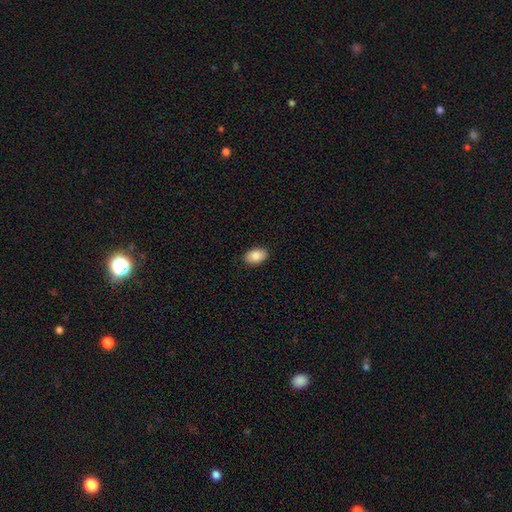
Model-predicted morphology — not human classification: type=smooth (85%); roundness=in between (89%); merging=none (89%).